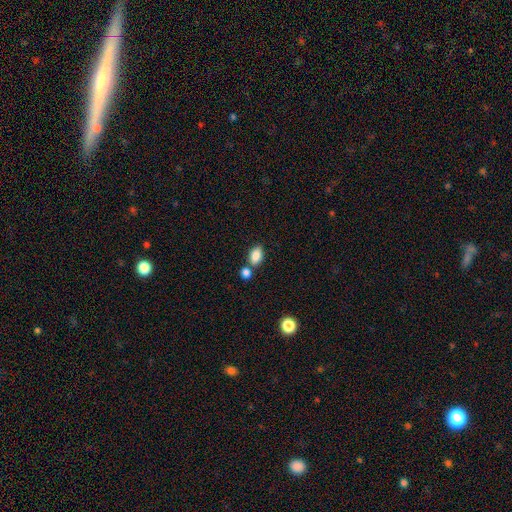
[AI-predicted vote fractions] Overall: smooth (86%). How rounded: in between (87%). Merging: none (60%; merger 25%).